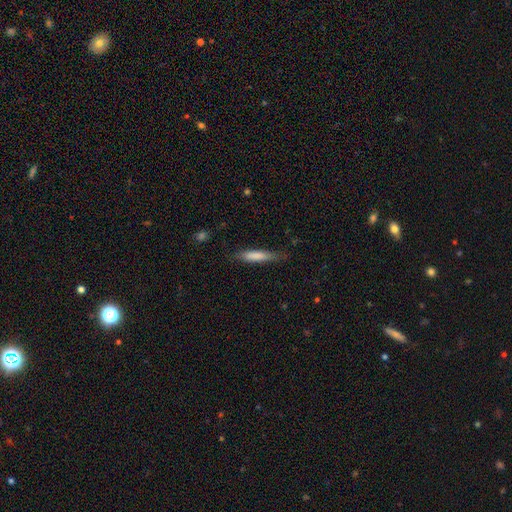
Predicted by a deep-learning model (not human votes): A smooth galaxy with no disk features (77%) that is cigar-shaped (85%). Merging: none (76%).